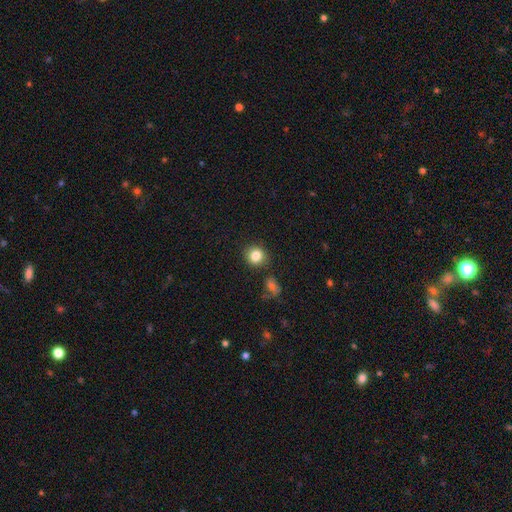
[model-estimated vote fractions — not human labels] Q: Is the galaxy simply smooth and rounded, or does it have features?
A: smooth — 84%.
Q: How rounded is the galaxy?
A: round — 85%.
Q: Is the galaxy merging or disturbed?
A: none — 84%.